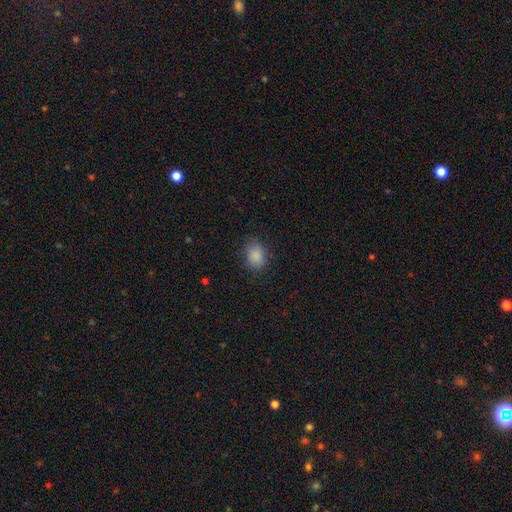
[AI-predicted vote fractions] A smooth galaxy with no disk features (87%) that is in between round and cigar-shaped (63%). Merging: none (79%).